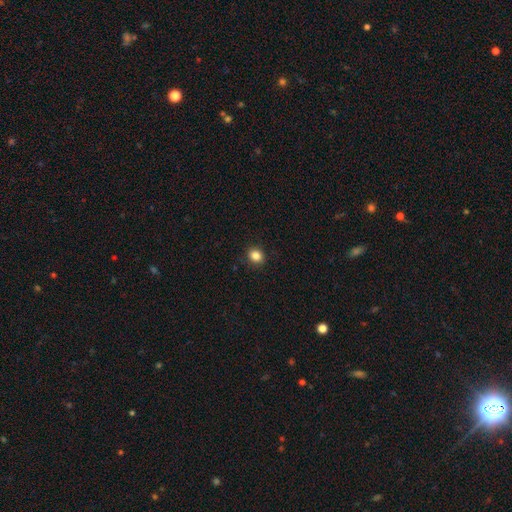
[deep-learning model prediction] A smooth galaxy with no disk features (85%) that is round (71%).

Vote fractions:
- Smooth or featured? smooth: 85% / star or artifact: 11% / featured or disk: 4%
- How rounded? round: 71% / in between: 28% / cigar-shaped: 1%
- Merging? none: 90% / minor disturbance: 7% / major disturbance: 2% / merger: 1%